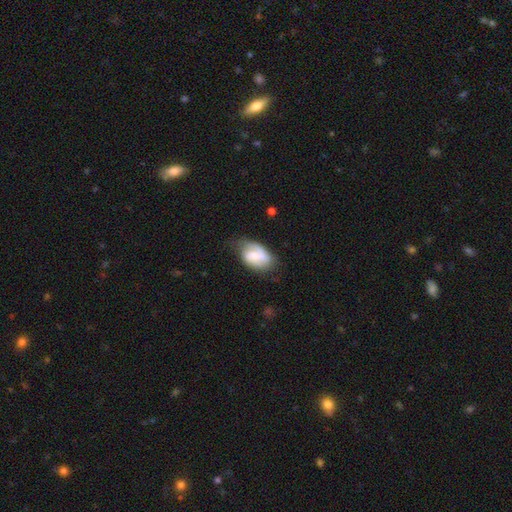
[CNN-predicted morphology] Smooth or featured?
  - featured or disk: 55% *
  - smooth: 39%
  - star or artifact: 7%
Edge-on disk?
  - no: 96% *
  - yes: 4%
Bar?
  - no: 45% *
  - weak: 43%
  - strong: 12%
Spiral arms?
  - yes: 82% *
  - no: 18%
Bulge size?
  - small: 40% * (tied)
  - moderate: 40% * (tied)
  - none: 11%
  - large: 7%
  - dominant: 2%
Merging?
  - none: 48% *
  - minor disturbance: 32%
  - major disturbance: 16%
  - merger: 3%